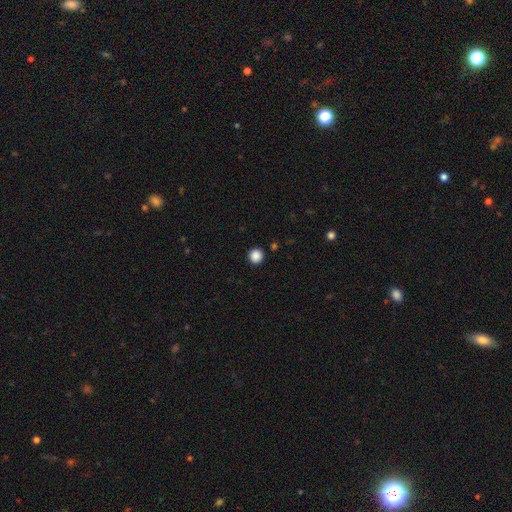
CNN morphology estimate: smooth 88%, star or artifact 10%, featured or disk 2%. Down the decision tree: how rounded — round (95%); merging — none (93%).